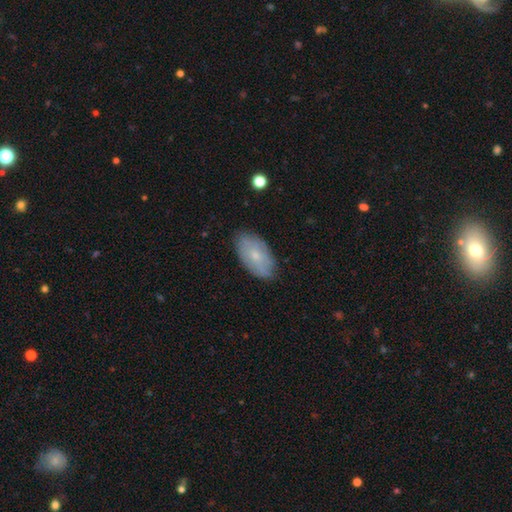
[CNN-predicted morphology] A smooth galaxy with no disk features (63%) that is in between round and cigar-shaped (94%).

Vote fractions:
- Smooth or featured? smooth: 63% / featured or disk: 30% / star or artifact: 7%
- How rounded? in between: 94% / round: 4% / cigar-shaped: 2%
- Merging? none: 82% / minor disturbance: 14% / major disturbance: 3% / merger: 1%